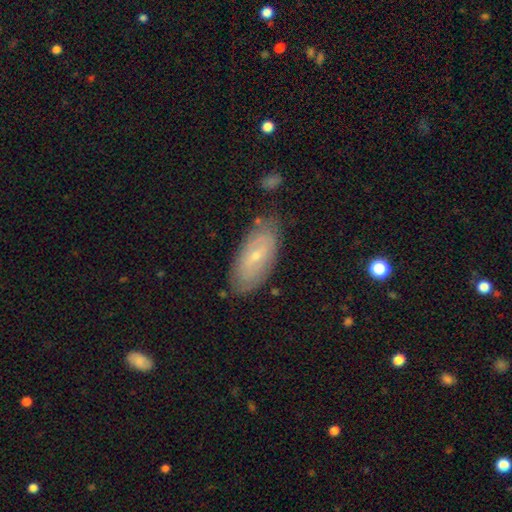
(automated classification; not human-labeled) Q: Smooth or featured?
A: featured or disk (53%); runner-up: smooth (40%)
Q: Edge-on disk?
A: no (87%); runner-up: yes (13%)
Q: Merging?
A: none (78%); runner-up: minor disturbance (16%)